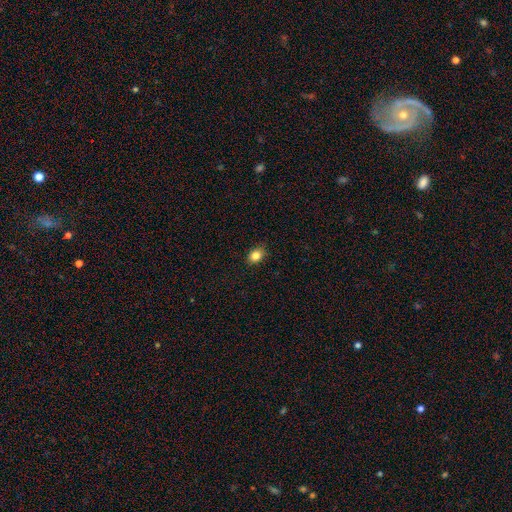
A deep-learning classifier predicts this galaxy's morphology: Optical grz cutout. It shows a smooth galaxy with no disk features (84%) that is in between round and cigar-shaped (62%). Merging: none (85%).